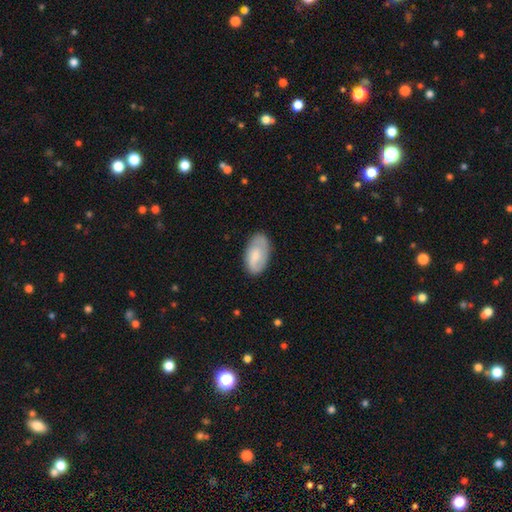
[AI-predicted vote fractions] Smooth or featured? Predicted: smooth (p=0.64). How rounded? Predicted: in between (p=0.94). Merging? Predicted: none (p=0.76).